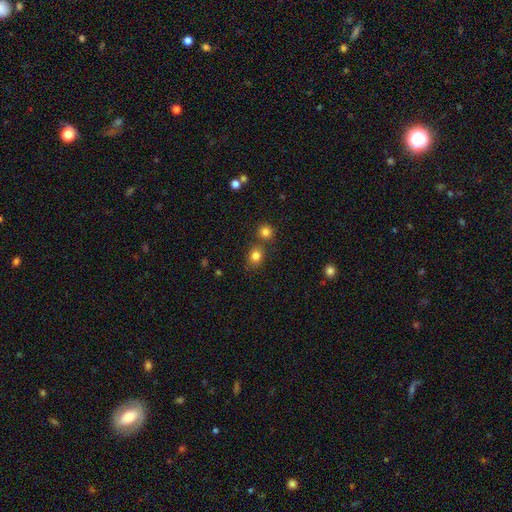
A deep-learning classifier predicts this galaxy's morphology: smooth_or_featured: smooth (p=0.82) [alt: star or artifact p=0.12]
how_rounded: round (p=0.64) [alt: in between p=0.35]
merging: none (p=0.68) [alt: merger p=0.19]